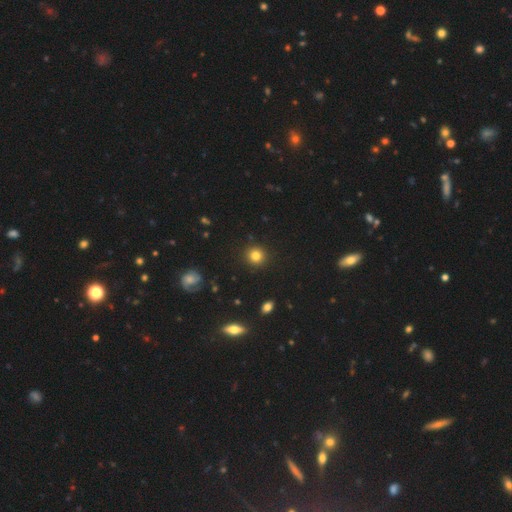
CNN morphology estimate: Smooth or featured?
  - smooth: 82% *
  - star or artifact: 11%
  - featured or disk: 7%
How rounded?
  - round: 91% *
  - in between: 8%
  - cigar-shaped: 1%
Merging?
  - none: 91% *
  - minor disturbance: 5%
  - major disturbance: 2%
  - merger: 1%